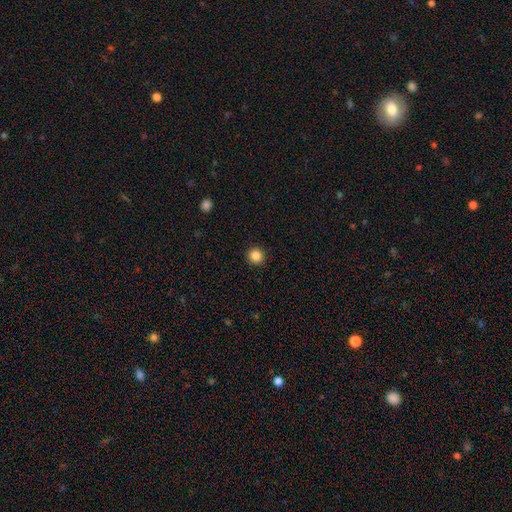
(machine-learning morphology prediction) Smooth or featured: smooth — 85% (star or artifact — 11%)
How rounded: round — 94% (in between — 5%)
Merging: none — 93% (minor disturbance — 5%)